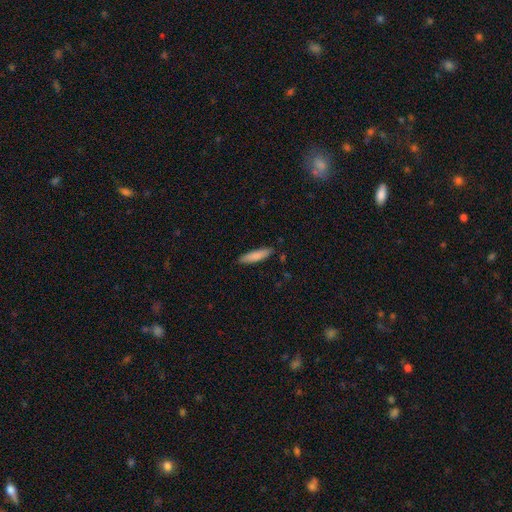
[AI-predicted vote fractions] Smooth or featured? Predicted: smooth (p=0.82). How rounded? Predicted: cigar-shaped (p=0.80). Merging? Predicted: none (p=0.87).